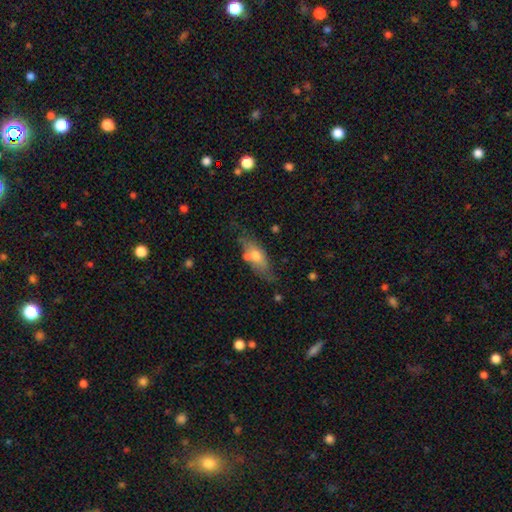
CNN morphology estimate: Smooth or featured? smooth (59%)
How rounded? in between (75%)
Merging? none (57%)